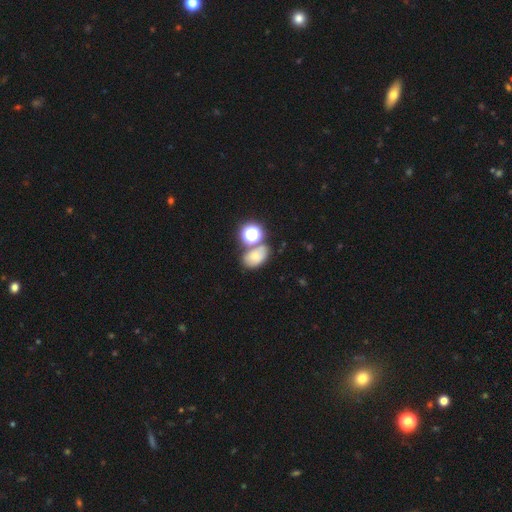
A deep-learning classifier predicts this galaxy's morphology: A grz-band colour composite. It shows a smooth galaxy with no disk features (63%) that is in between round and cigar-shaped (72%). Merging: none (56%).